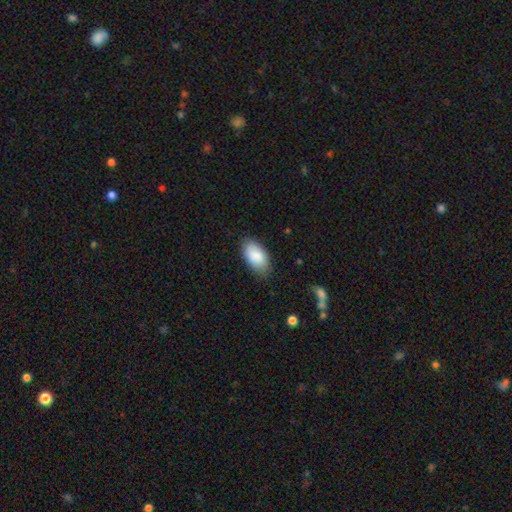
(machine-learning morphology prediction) smooth_or_featured: smooth (p=0.85) [alt: featured or disk p=0.09]
how_rounded: in between (p=0.95) [alt: round p=0.03]
merging: none (p=0.79) [alt: minor disturbance p=0.16]